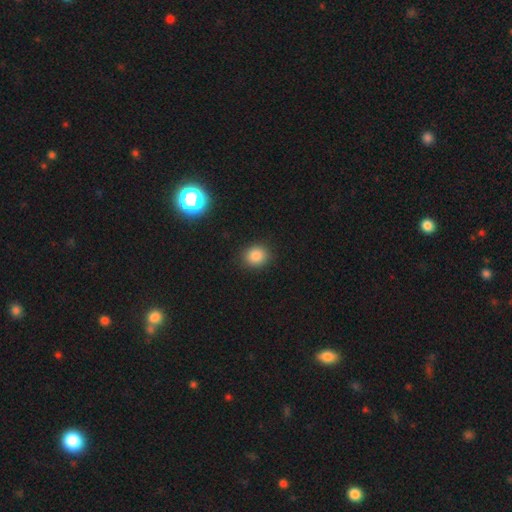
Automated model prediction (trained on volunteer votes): A smooth galaxy with no disk features (85%) that is round (76%).

Vote fractions:
- Smooth or featured? smooth: 85% / star or artifact: 11% / featured or disk: 4%
- How rounded? round: 76% / in between: 23% / cigar-shaped: 1%
- Merging? none: 89% / minor disturbance: 7% / major disturbance: 2% / merger: 1%